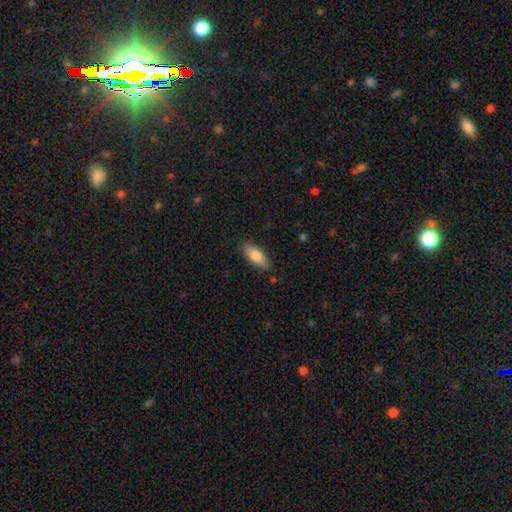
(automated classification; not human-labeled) A smooth galaxy with no disk features (80%) that is in between round and cigar-shaped (77%).

Vote fractions:
- Smooth or featured? smooth: 80% / featured or disk: 14% / star or artifact: 6%
- How rounded? in between: 77% / cigar-shaped: 21% / round: 2%
- Merging? none: 84% / minor disturbance: 12% / major disturbance: 2% / merger: 1%